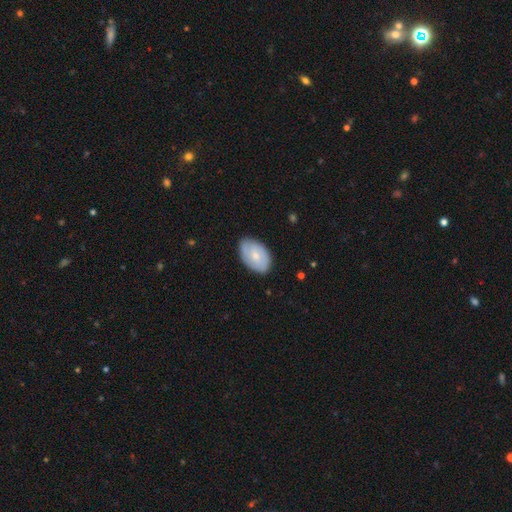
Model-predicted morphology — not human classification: smooth 52%, featured or disk 43%, star or artifact 6%. Down the decision tree: how rounded — in between (90%); merging — none (79%).